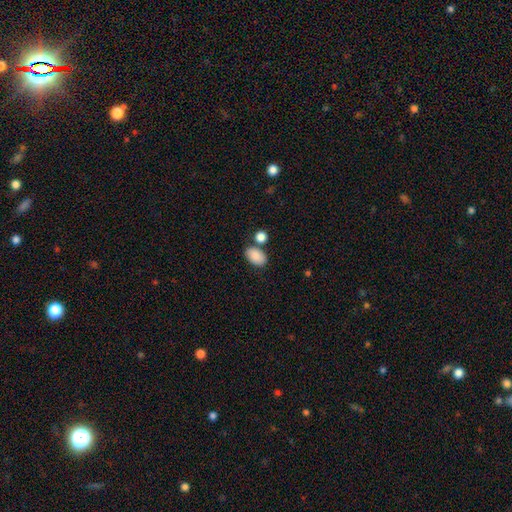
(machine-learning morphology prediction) A smooth galaxy with no disk features (87%) that is in between round and cigar-shaped (90%).

Vote fractions:
- Smooth or featured? smooth: 87% / star or artifact: 7% / featured or disk: 5%
- How rounded? in between: 90% / round: 9% / cigar-shaped: 1%
- Merging? none: 68% / merger: 15% / minor disturbance: 14% / major disturbance: 4%